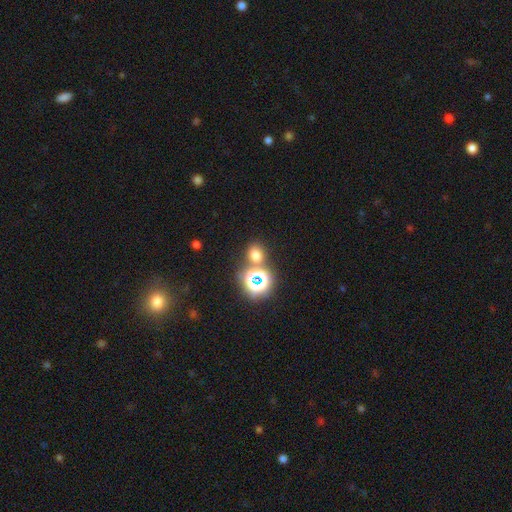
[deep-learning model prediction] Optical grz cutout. It shows a smooth galaxy with no disk features (64%) that is round (68%). Merging: none (72%).